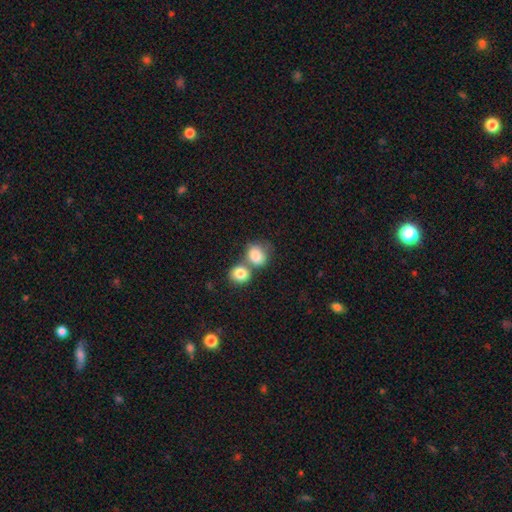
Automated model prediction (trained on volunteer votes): Overall: smooth (83%). How rounded: round (52%; in between 46%). Merging: merger (53%; none 33%).